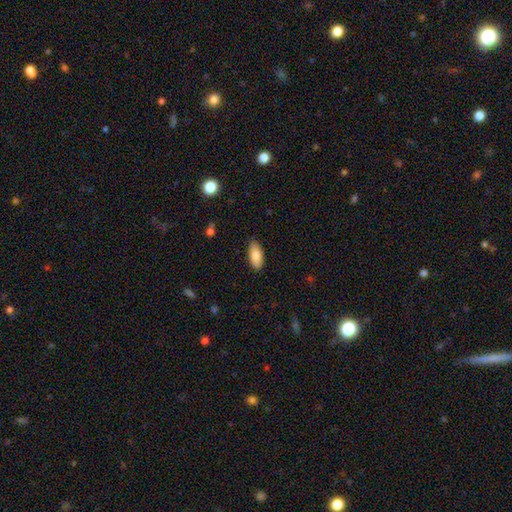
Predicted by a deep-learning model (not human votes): Morphology: type=smooth (85%); roundness=in between (85%); merging=none (88%).